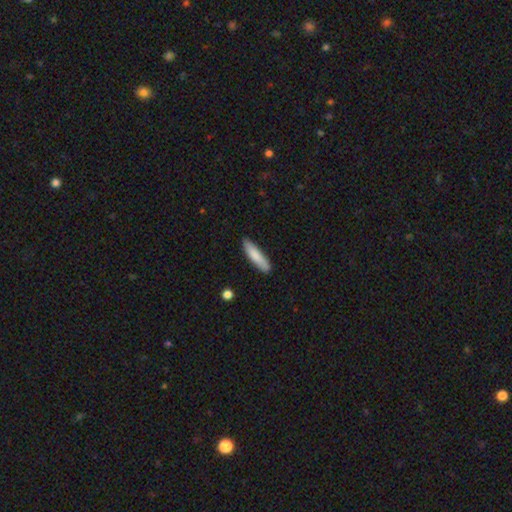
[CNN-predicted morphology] Q: Smooth or featured?
A: smooth (83%); runner-up: featured or disk (12%)
Q: How rounded?
A: cigar-shaped (79%); runner-up: in between (20%)
Q: Merging?
A: none (86%); runner-up: minor disturbance (11%)